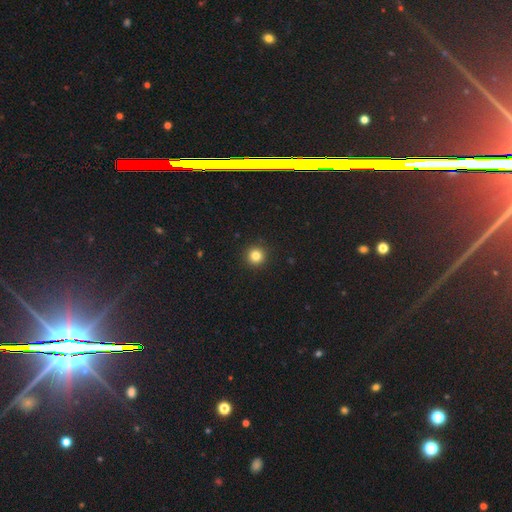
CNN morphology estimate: Smooth or featured: smooth — 83% (star or artifact — 12%)
How rounded: round — 96% (in between — 3%)
Merging: none — 93% (minor disturbance — 4%)